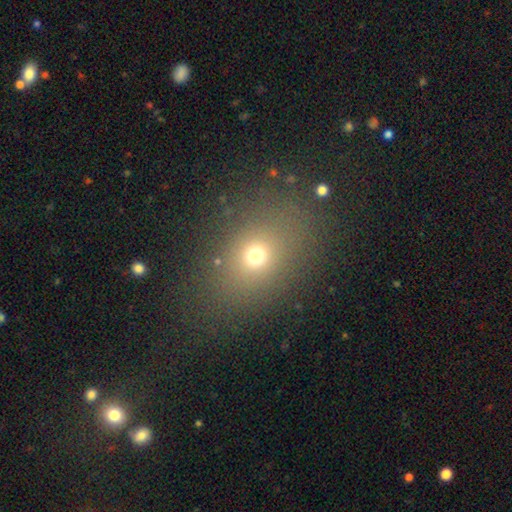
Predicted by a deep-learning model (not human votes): Overall: smooth (68%). How rounded: in between (51%; round 47%). Merging: none (76%).